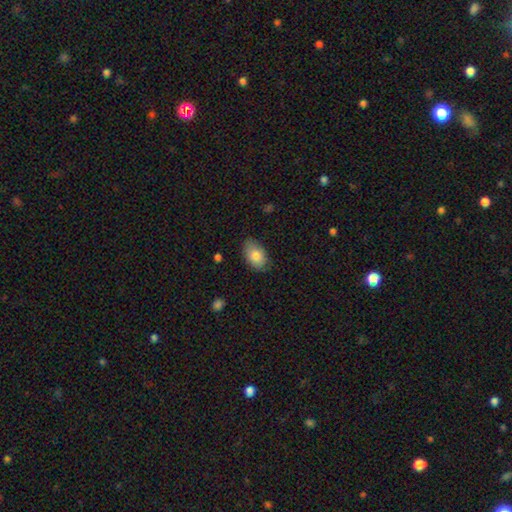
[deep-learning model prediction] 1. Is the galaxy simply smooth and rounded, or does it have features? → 82% smooth, 11% featured or disk, 7% star or artifact.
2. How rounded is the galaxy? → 91% in between, 8% round, 1% cigar-shaped.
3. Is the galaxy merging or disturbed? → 77% none, 19% minor disturbance, 3% major disturbance, 1% merger.